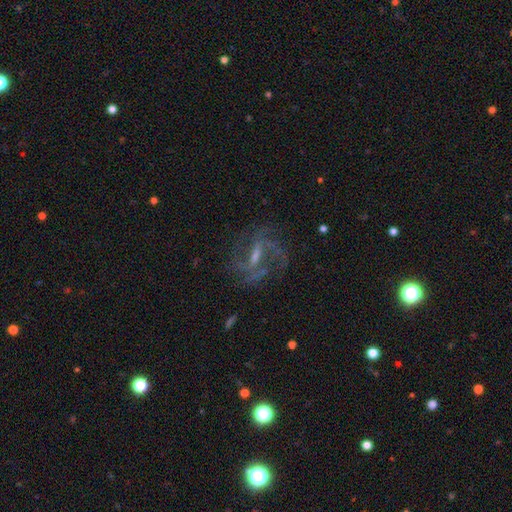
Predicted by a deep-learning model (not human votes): This is clearly a featured or disk galaxy (83%). It is clearly not viewed edge-on (95%). Bar: possibly weak (49%). Spiral arm pattern: clearly yes (93%). Spiral arm count: marginally 2 (39%). Spiral winding: possibly medium (49%). Central bulge: marginally small (42%). Merging: likely none (65%).